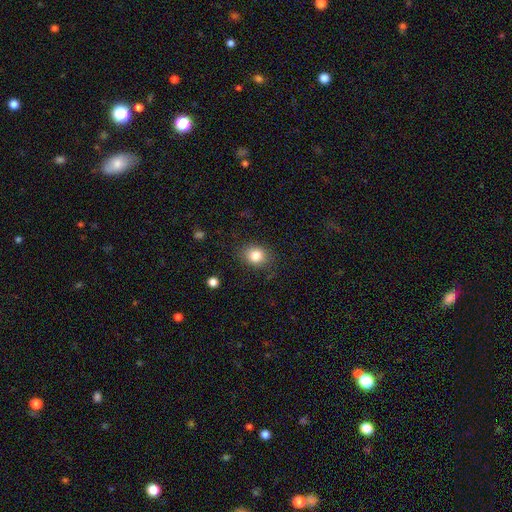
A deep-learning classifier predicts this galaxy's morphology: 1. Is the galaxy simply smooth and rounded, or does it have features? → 83% smooth, 10% star or artifact, 7% featured or disk.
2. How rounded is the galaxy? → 57% round, 42% in between, 1% cigar-shaped.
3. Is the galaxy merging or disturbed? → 83% none, 12% minor disturbance, 4% major disturbance, 1% merger.